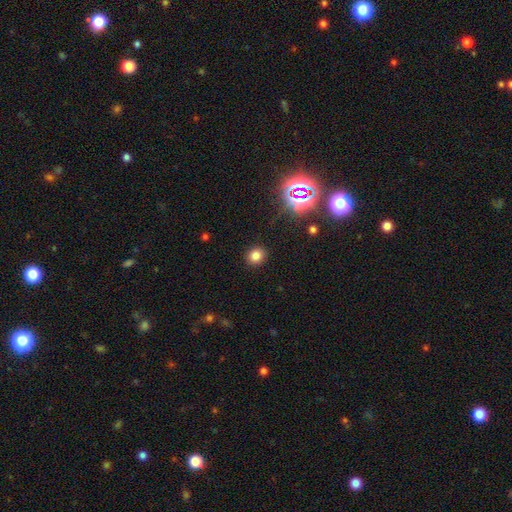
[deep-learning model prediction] Smooth or featured?
  - smooth: 78% *
  - star or artifact: 16%
  - featured or disk: 6%
How rounded?
  - round: 78% *
  - in between: 21%
  - cigar-shaped: 1%
Merging?
  - none: 90% *
  - minor disturbance: 6%
  - major disturbance: 2%
  - merger: 1%